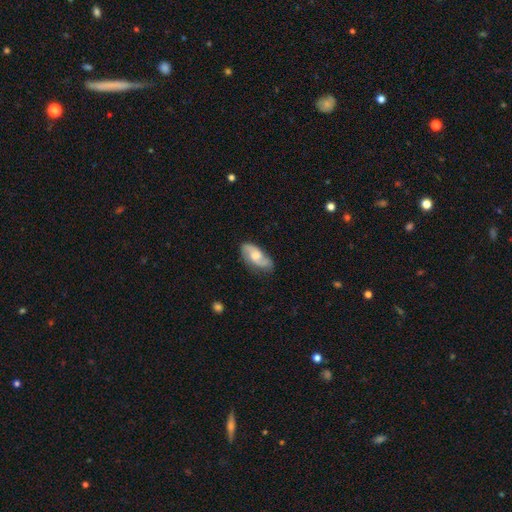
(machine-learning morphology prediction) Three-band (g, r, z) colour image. It shows a featured or disk galaxy (67%) with no bar (56%), 2 (86%) medium (44%) spiral arms (93%) and a moderate central bulge (51%). Merging: none (77%).